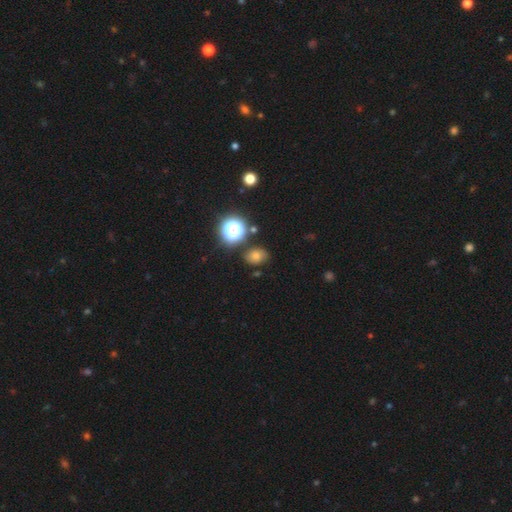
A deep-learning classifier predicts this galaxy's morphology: This is likely a smooth galaxy (61%). How rounded: possibly in between (56%). Merging: likely none (79%).